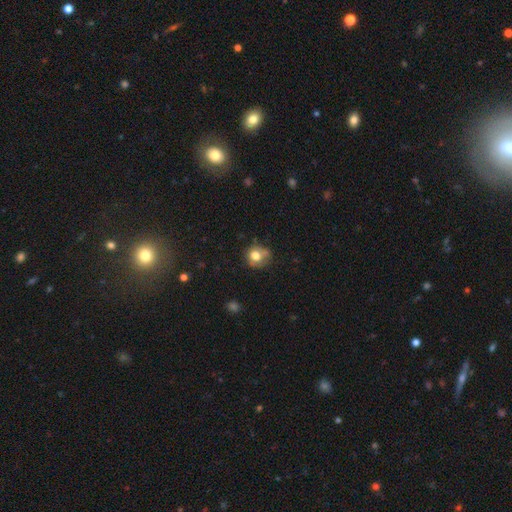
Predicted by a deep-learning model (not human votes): Smooth or featured? smooth (71%)
How rounded? round (74%)
Merging? none (55%)